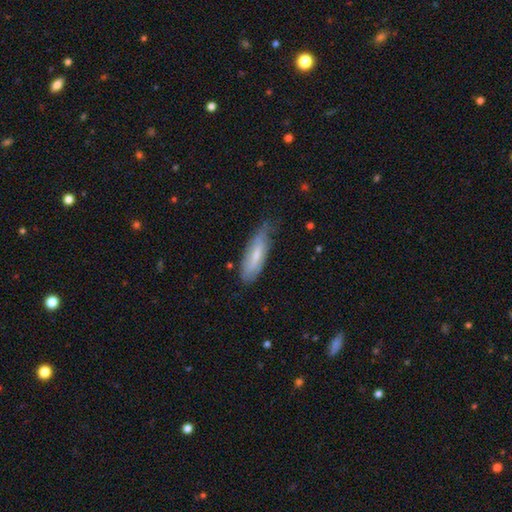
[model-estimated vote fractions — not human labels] Overall: smooth (54%; featured or disk 39%). How rounded: in between (49%, tied with cigar-shaped). Merging: none (55%; minor disturbance 34%).